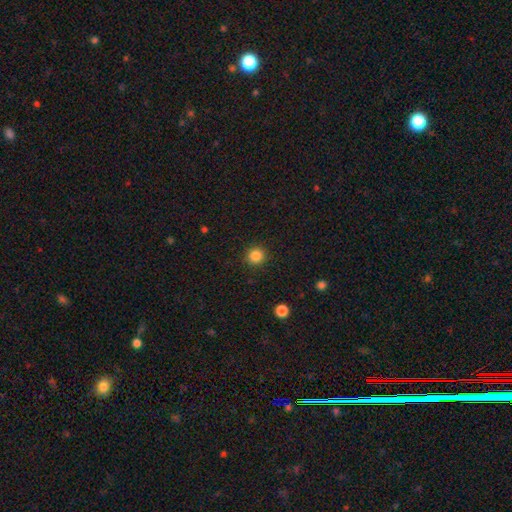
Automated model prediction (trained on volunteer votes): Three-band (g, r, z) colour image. It shows a smooth galaxy with no disk features (85%) that is round (93%). Merging: none (91%).